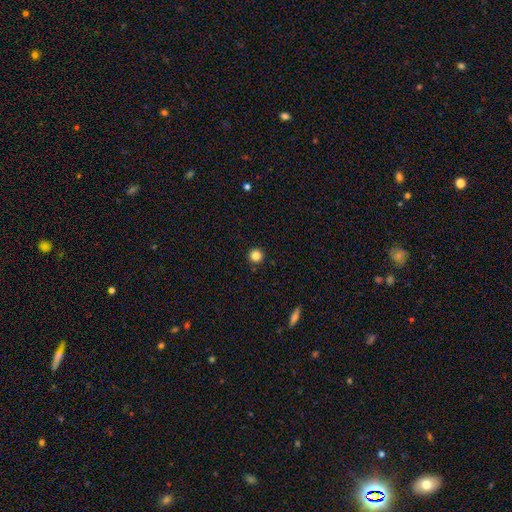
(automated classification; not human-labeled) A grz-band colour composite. It shows a smooth galaxy with no disk features (84%) that is round (96%). Merging: none (93%).